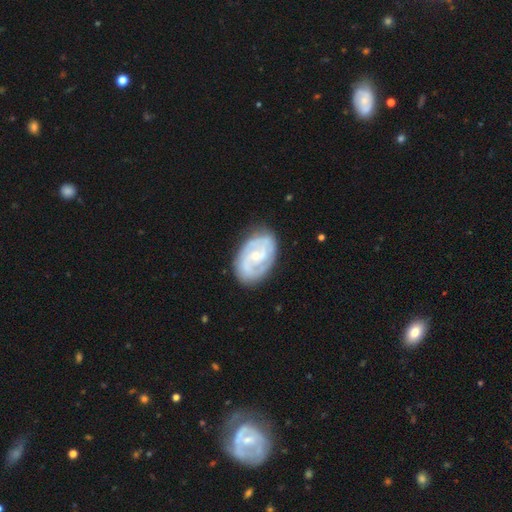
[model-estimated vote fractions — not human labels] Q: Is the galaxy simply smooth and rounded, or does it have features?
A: featured or disk — 81%.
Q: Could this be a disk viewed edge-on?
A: no — 97%.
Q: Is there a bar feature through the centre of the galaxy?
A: no — 57%.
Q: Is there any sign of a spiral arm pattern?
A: yes — 91%.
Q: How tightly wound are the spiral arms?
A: tight — 58%.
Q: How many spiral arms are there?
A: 2 — 59%.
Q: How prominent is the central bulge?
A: small — 63%.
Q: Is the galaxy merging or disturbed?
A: none — 80%.